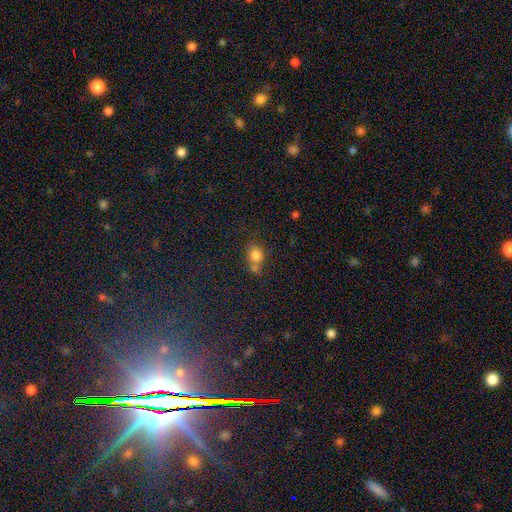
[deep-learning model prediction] smooth 79%, star or artifact 12%, featured or disk 9%. Down the decision tree: how rounded — round (72%); merging — none (45%).